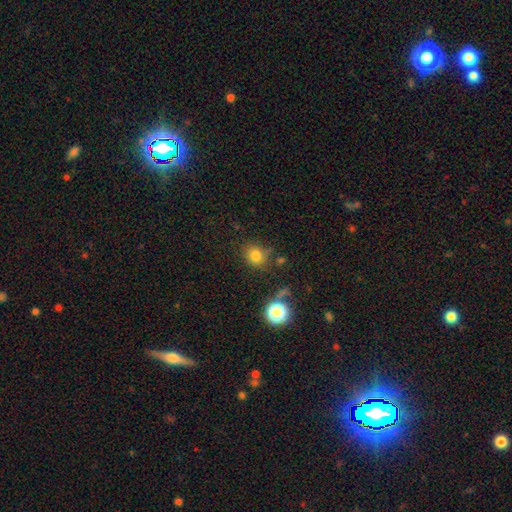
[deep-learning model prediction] The model was most divided on "how rounded": round: 75%, in between: 24%, cigar-shaped: 1%. More confident: smooth or featured — smooth (77%); merging — none (74%).